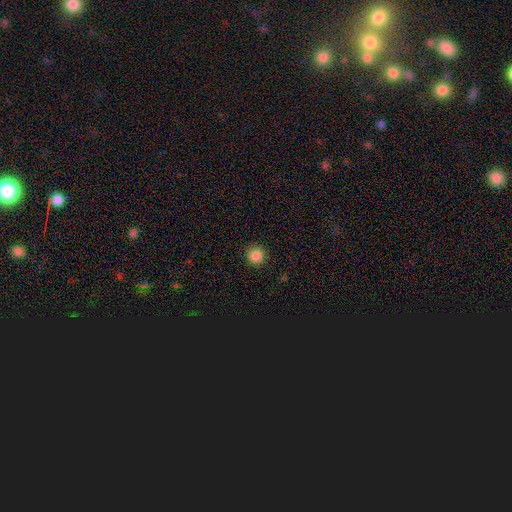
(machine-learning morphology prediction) The model was most divided on "smooth or featured": smooth: 85%, star or artifact: 11%, featured or disk: 3%. More confident: how rounded — round (94%); merging — none (90%).